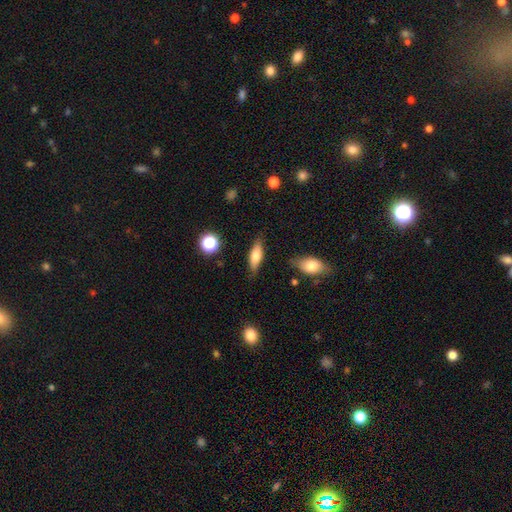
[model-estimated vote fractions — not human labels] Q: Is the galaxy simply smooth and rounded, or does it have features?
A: smooth — 67%.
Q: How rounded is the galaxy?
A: in between — 65%.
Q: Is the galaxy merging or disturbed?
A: none — 80%.